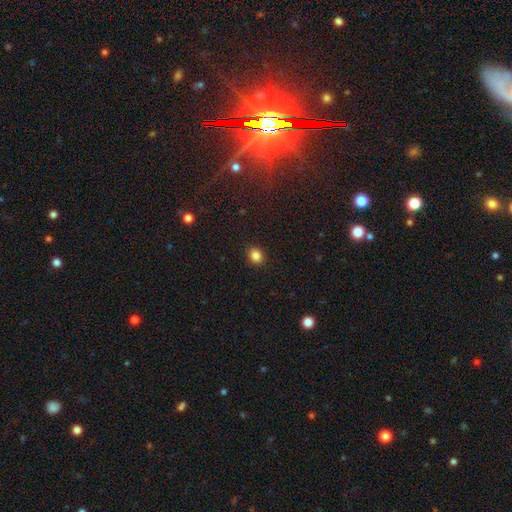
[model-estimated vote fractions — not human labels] This appears to be a smooth galaxy with no disk features (85%) that is round (65%). Merging: none (90%).